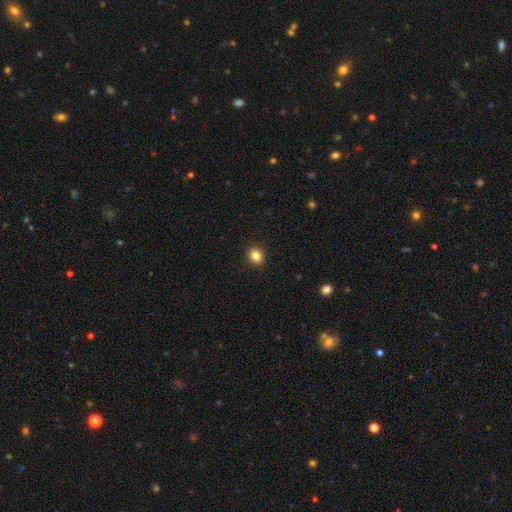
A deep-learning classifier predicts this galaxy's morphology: Smooth or featured? Predicted: smooth (p=0.84). How rounded? Predicted: round (p=0.65). Merging? Predicted: none (p=0.92).